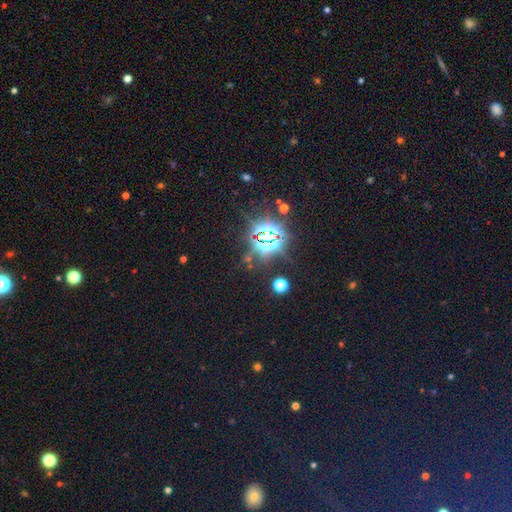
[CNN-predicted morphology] type=star or artifact (82%).